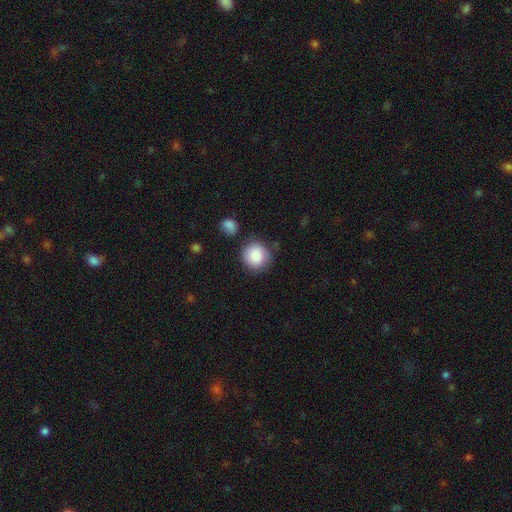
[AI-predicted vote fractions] Smooth or featured?
  - smooth: 87% *
  - star or artifact: 8%
  - featured or disk: 6%
How rounded?
  - round: 91% *
  - in between: 8%
  - cigar-shaped: 1%
Merging?
  - none: 79% *
  - minor disturbance: 12%
  - merger: 6%
  - major disturbance: 3%